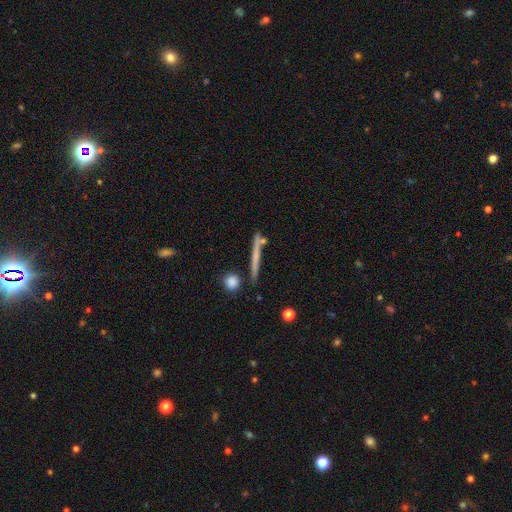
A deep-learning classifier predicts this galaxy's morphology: A smooth galaxy with no disk features (48%).

Vote fractions:
- Smooth or featured? smooth: 48% / featured or disk: 45% / star or artifact: 7%
- Merging? none: 81% / minor disturbance: 10% / merger: 6% / major disturbance: 3%